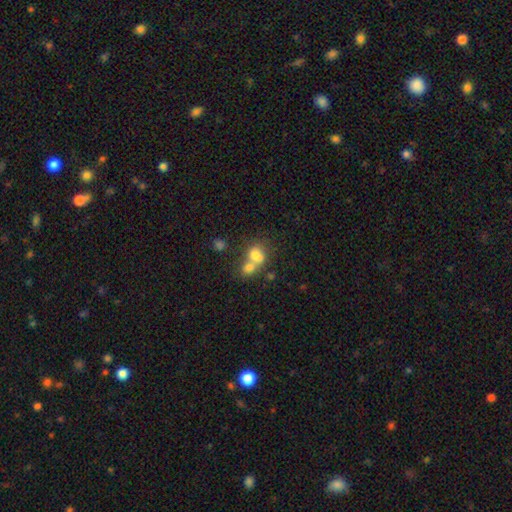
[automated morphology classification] Smooth or featured?
  - smooth: 71% *
  - featured or disk: 17%
  - star or artifact: 12%
How rounded?
  - in between: 52% *
  - round: 47%
  - cigar-shaped: 2%
Merging?
  - merger: 67% *
  - none: 22%
  - minor disturbance: 7%
  - major disturbance: 5%